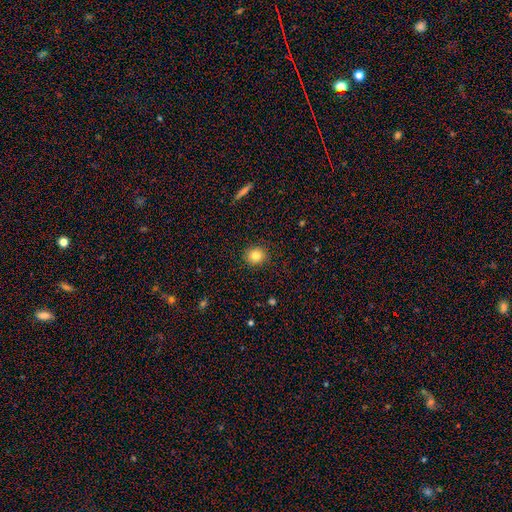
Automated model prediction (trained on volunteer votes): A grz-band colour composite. It shows a smooth galaxy with no disk features (82%) that is round (84%). Merging: none (90%).